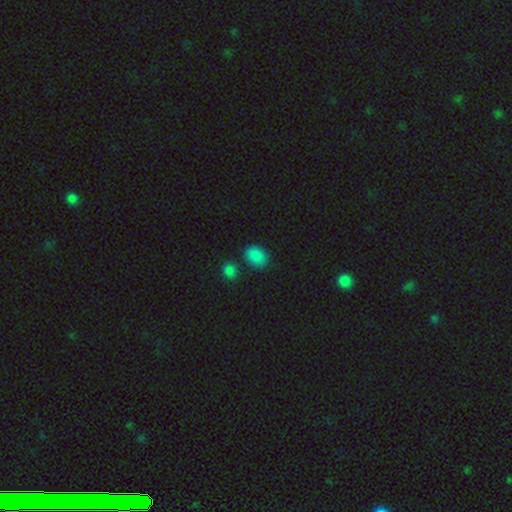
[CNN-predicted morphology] A smooth galaxy with no disk features (85%) that is in between round and cigar-shaped (68%).

Vote fractions:
- Smooth or featured? smooth: 85% / star or artifact: 12% / featured or disk: 3%
- How rounded? in between: 68% / round: 31% / cigar-shaped: 1%
- Merging? none: 76% / minor disturbance: 12% / merger: 8% / major disturbance: 4%